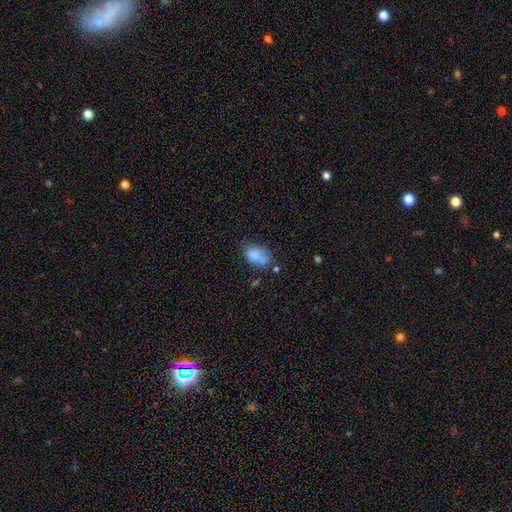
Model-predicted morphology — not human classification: Q: Smooth or featured?
A: smooth (76%); runner-up: featured or disk (14%)
Q: How rounded?
A: in between (80%); runner-up: round (18%)
Q: Merging?
A: none (43%); runner-up: minor disturbance (26%)